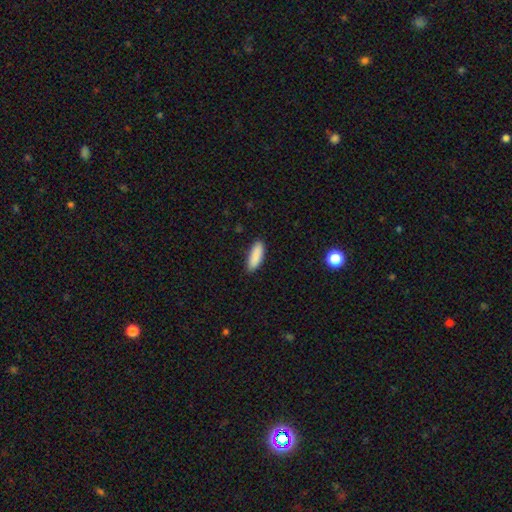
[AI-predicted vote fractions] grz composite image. It shows a smooth galaxy with no disk features (90%) that is in between round and cigar-shaped (59%). Merging: none (85%).